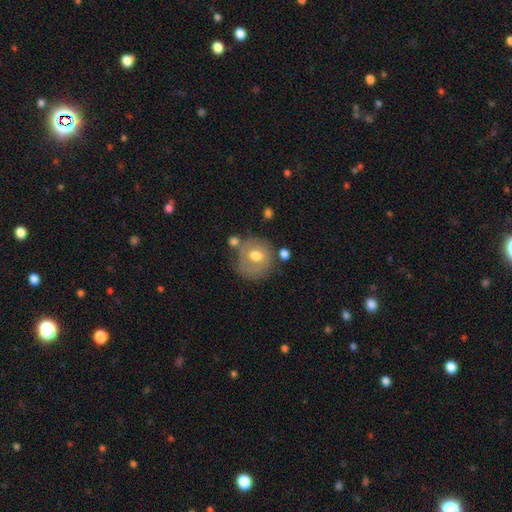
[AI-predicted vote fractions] A smooth galaxy with no disk features (61%) that is round (87%).

Vote fractions:
- Smooth or featured? smooth: 61% / featured or disk: 31% / star or artifact: 8%
- How rounded? round: 87% / in between: 12% / cigar-shaped: 1%
- Merging? none: 61% / minor disturbance: 20% / merger: 11% / major disturbance: 9%